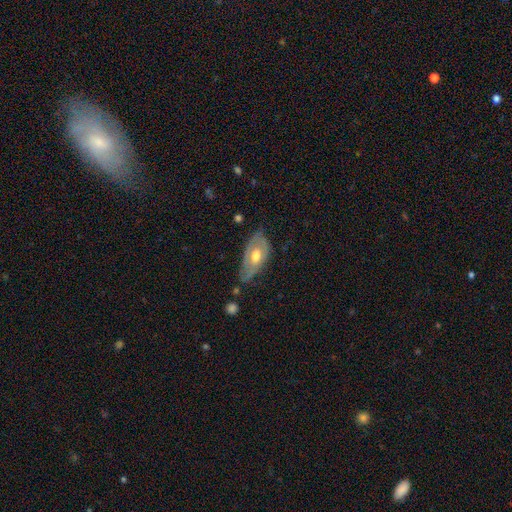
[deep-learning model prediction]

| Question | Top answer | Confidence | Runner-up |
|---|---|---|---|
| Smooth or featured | featured or disk | 54% | smooth (39%) |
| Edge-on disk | no | 83% | yes (17%) |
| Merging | none | 47% | minor disturbance (37%) |